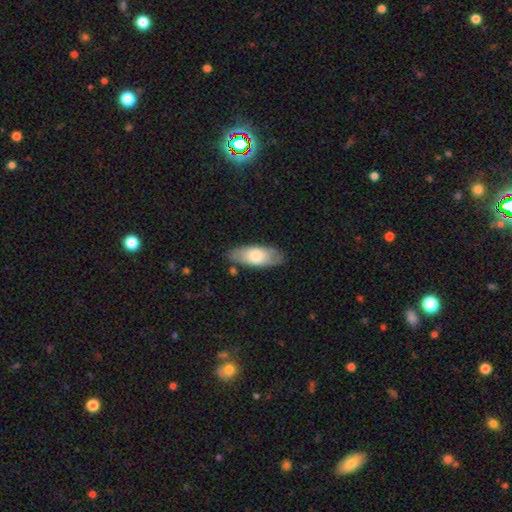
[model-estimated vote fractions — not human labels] Smooth or featured: smooth — 68% (featured or disk — 26%)
How rounded: in between — 84% (cigar-shaped — 14%)
Merging: none — 76% (minor disturbance — 18%)